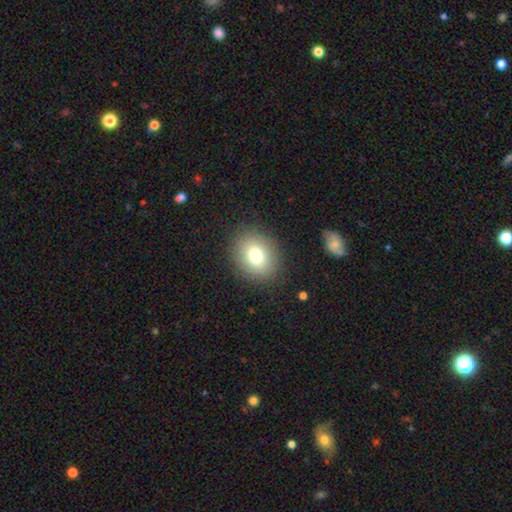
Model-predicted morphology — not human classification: A smooth galaxy with no disk features (77%) that is round (54%). Merging: none (87%).